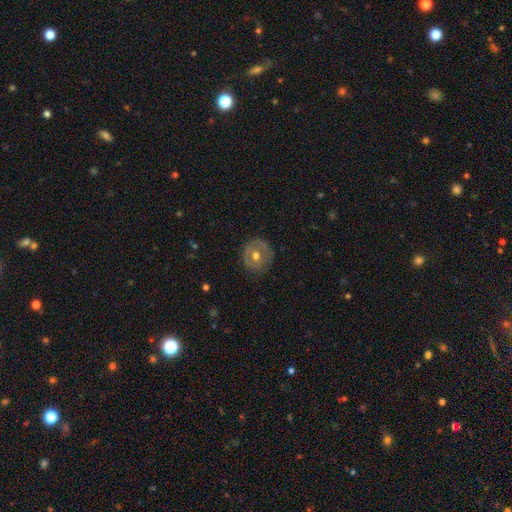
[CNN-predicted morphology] This appears to be a featured or disk galaxy (51%). Merging: none (81%).